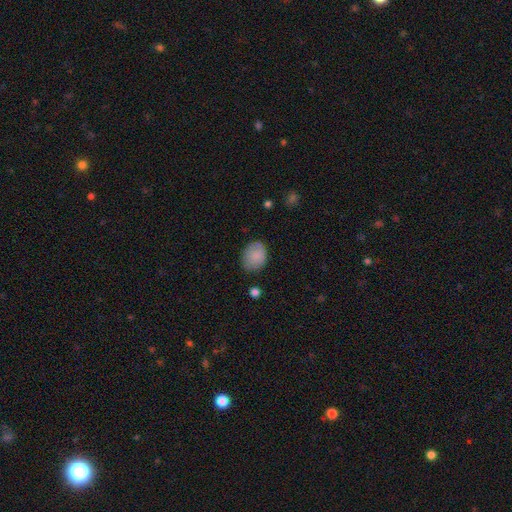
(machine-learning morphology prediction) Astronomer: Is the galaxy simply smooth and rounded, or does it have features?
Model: smooth — 82%.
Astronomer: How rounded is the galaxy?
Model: in between — 60% (runner-up: round, 39%).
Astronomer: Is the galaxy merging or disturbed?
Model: none — 73%.